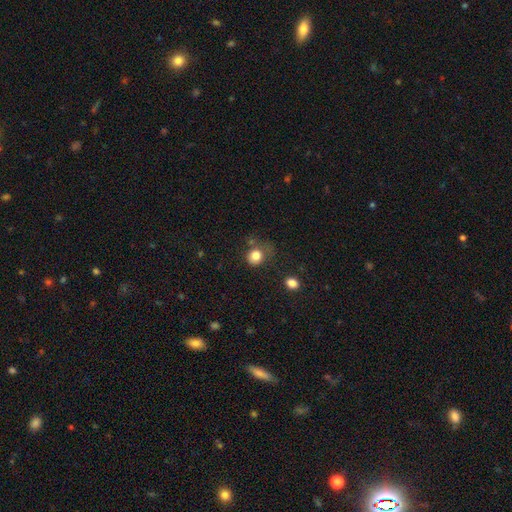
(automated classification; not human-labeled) Smooth or featured? Predicted: smooth (p=0.82). How rounded? Predicted: round (p=0.75). Merging? Predicted: none (p=0.55).